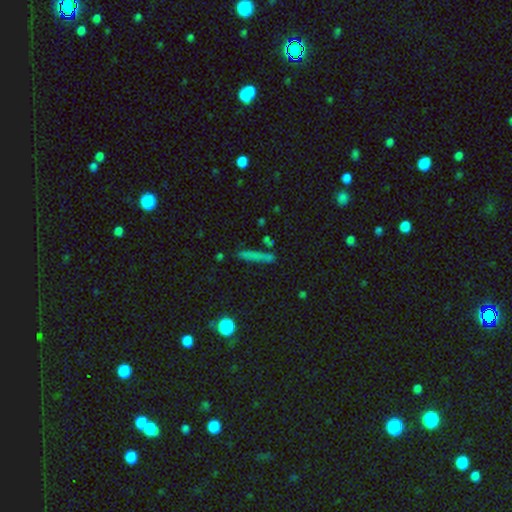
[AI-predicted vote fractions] Q: Smooth or featured?
A: smooth (66%); runner-up: featured or disk (20%)
Q: How rounded?
A: cigar-shaped (90%); runner-up: in between (7%)
Q: Merging?
A: none (81%); runner-up: minor disturbance (11%)